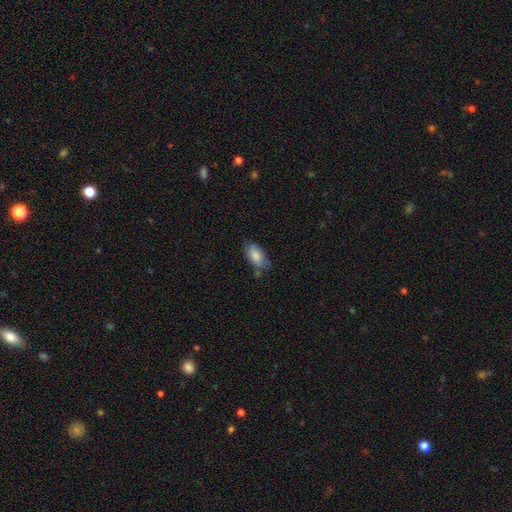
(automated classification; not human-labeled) A smooth galaxy with no disk features (82%) that is in between round and cigar-shaped (89%).

Vote fractions:
- Smooth or featured? smooth: 82% / featured or disk: 11% / star or artifact: 6%
- How rounded? in between: 89% / cigar-shaped: 8% / round: 3%
- Merging? none: 63% / minor disturbance: 25% / merger: 6% / major disturbance: 6%